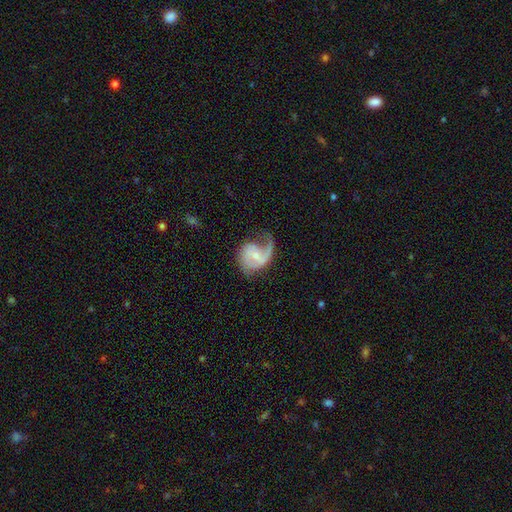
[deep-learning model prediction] The model was most divided on "spiral arm count": 2: 47%, 1: 46%, can't tell: 4%, 3: 1%, 4: 1%, more than 4: 1%. Remaining: edge-on disk — no (98%); spiral arms — yes (93%); smooth or featured — featured or disk (79%); bulge size — small (62%); spiral winding — loose (45%); bar — weak (45%); merging — none (42%).